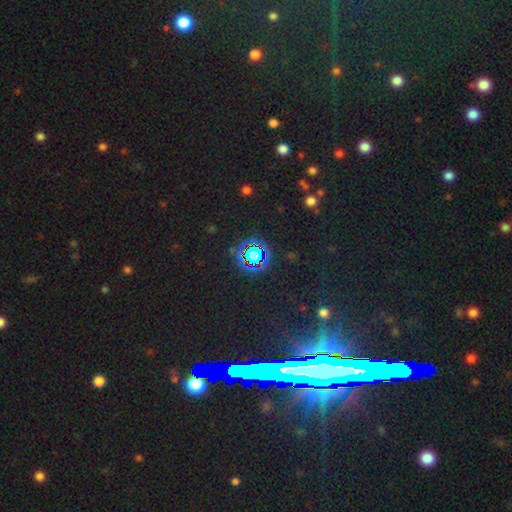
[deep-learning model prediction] Smooth or featured: star or artifact — 74% (smooth — 16%)